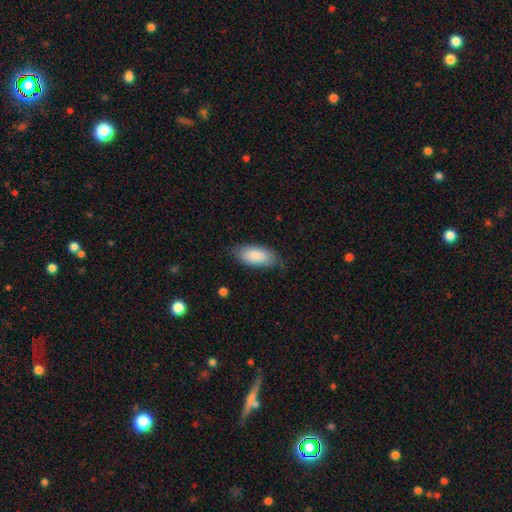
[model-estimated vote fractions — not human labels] Morphology: type=smooth (86%); roundness=in between (91%); merging=none (74%).